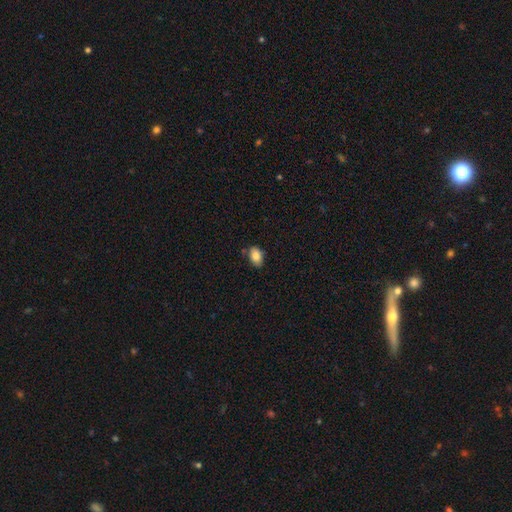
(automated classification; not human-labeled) Smooth or featured? Predicted: smooth (p=0.84). How rounded? Predicted: in between (p=0.86). Merging? Predicted: none (p=0.76).